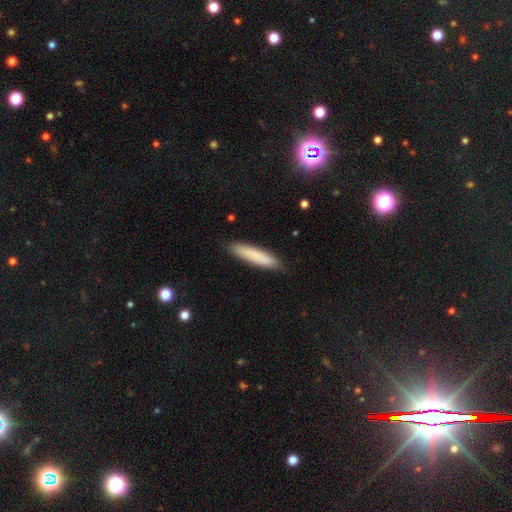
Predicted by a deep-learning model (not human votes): smooth 84%, featured or disk 10%, star or artifact 6%. Down the decision tree: how rounded — cigar-shaped (84%); merging — none (89%).